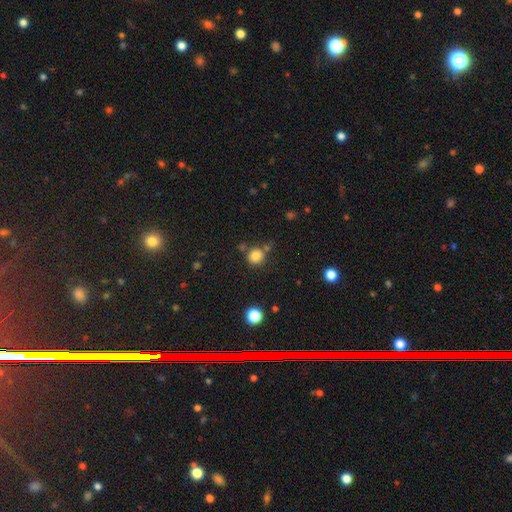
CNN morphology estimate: This appears to be a smooth galaxy with no disk features (82%) that is round (91%). Merging: none (74%).